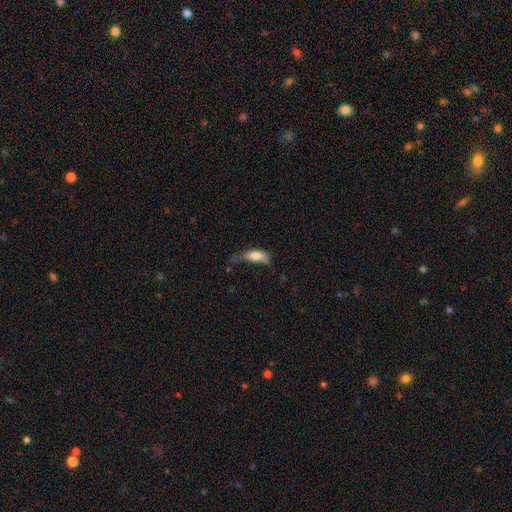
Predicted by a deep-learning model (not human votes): Overall: smooth (76%). How rounded: in between (76%). Merging: minor disturbance (37%; none 29%).